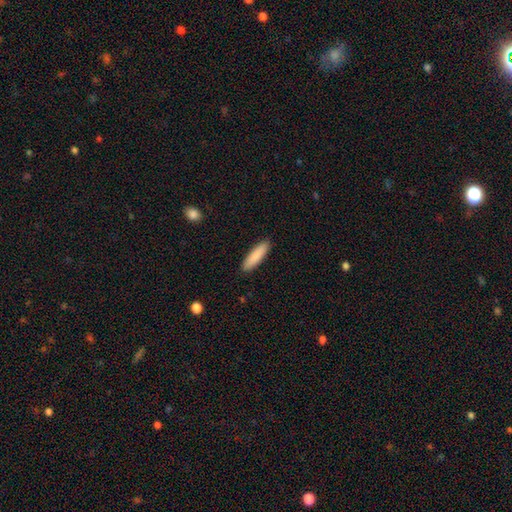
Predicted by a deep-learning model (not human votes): Smooth or featured? smooth (87%)
How rounded? cigar-shaped (71%)
Merging? none (91%)